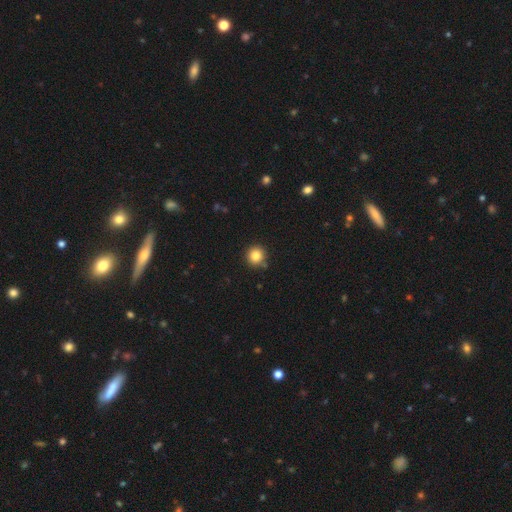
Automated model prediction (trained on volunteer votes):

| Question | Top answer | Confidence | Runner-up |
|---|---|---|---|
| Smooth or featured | smooth | 84% | star or artifact (11%) |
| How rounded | round | 94% | in between (5%) |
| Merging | none | 85% | minor disturbance (9%) |